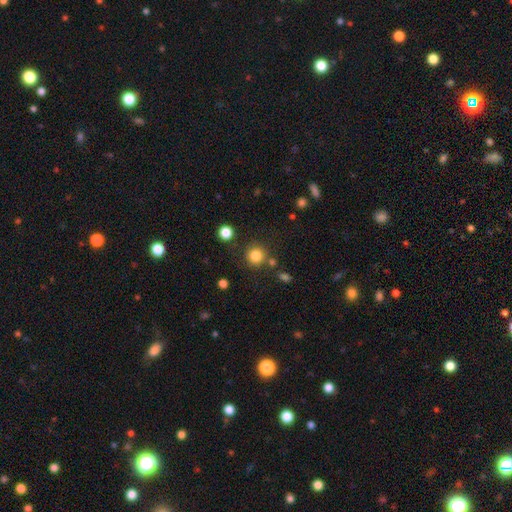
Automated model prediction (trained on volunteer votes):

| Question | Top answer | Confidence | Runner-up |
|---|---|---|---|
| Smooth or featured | smooth | 83% | star or artifact (12%) |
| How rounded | round | 93% | in between (6%) |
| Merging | none | 83% | minor disturbance (8%) |